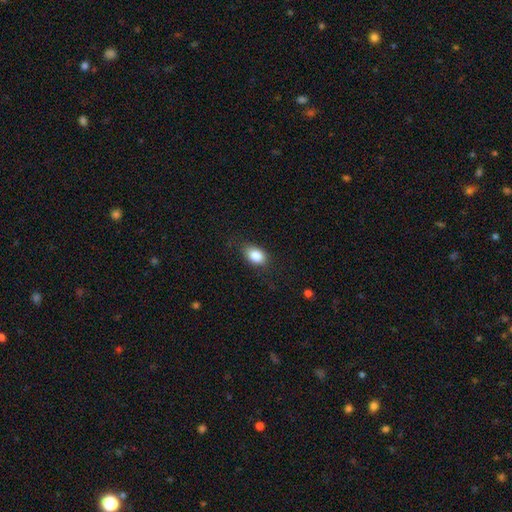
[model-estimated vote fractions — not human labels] Q: Smooth or featured?
A: smooth (85%); runner-up: star or artifact (8%)
Q: How rounded?
A: in between (82%); runner-up: round (17%)
Q: Merging?
A: none (79%); runner-up: minor disturbance (16%)